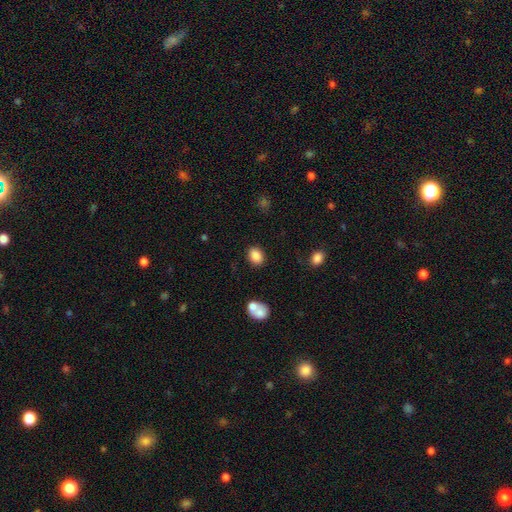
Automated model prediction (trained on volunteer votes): Morphology: type=smooth (87%); roundness=in between (67%); merging=none (84%).